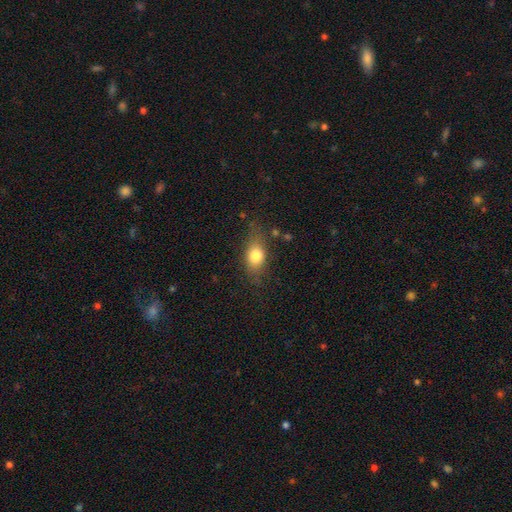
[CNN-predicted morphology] Smooth or featured: smooth — 77% (featured or disk — 14%)
How rounded: in between — 74% (round — 18%)
Merging: none — 69% (minor disturbance — 21%)